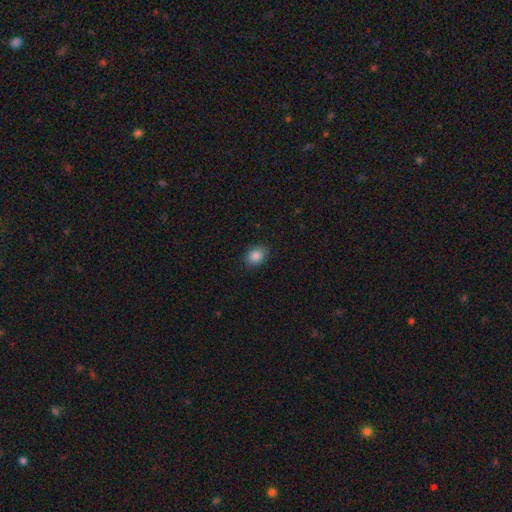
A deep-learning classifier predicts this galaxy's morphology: Smooth or featured?
  - smooth: 87% *
  - star or artifact: 9%
  - featured or disk: 4%
How rounded?
  - in between: 62% *
  - round: 37%
  - cigar-shaped: 1%
Merging?
  - none: 87% *
  - minor disturbance: 9%
  - major disturbance: 2%
  - merger: 1%